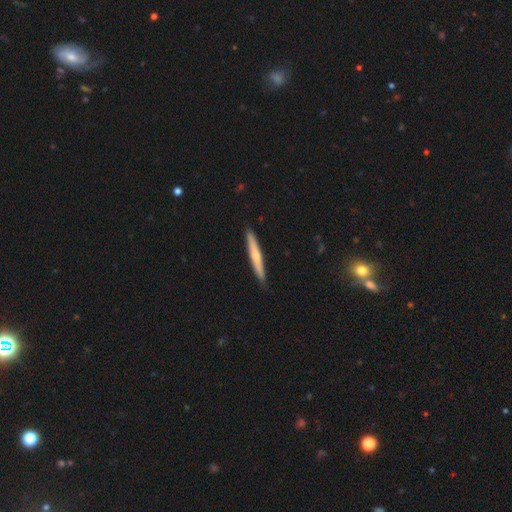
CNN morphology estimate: smooth 52%, featured or disk 43%, star or artifact 5%. Down the decision tree: how rounded — cigar-shaped (95%); merging — none (90%).